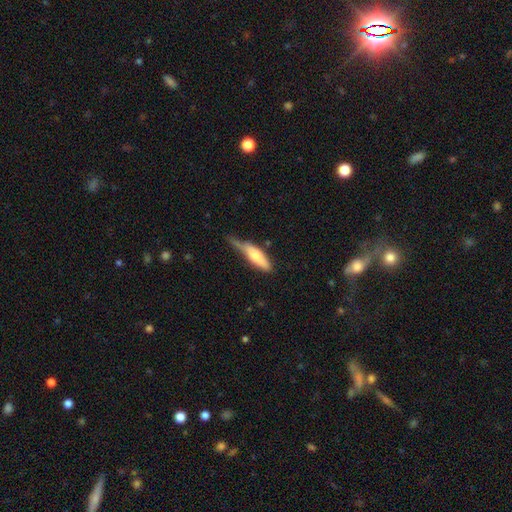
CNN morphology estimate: A smooth galaxy with no disk features (64%) that is cigar-shaped (58%).

Vote fractions:
- Smooth or featured? smooth: 64% / featured or disk: 30% / star or artifact: 6%
- How rounded? cigar-shaped: 58% / in between: 40% / round: 2%
- Merging? minor disturbance: 42% / none: 36% / major disturbance: 16% / merger: 5%